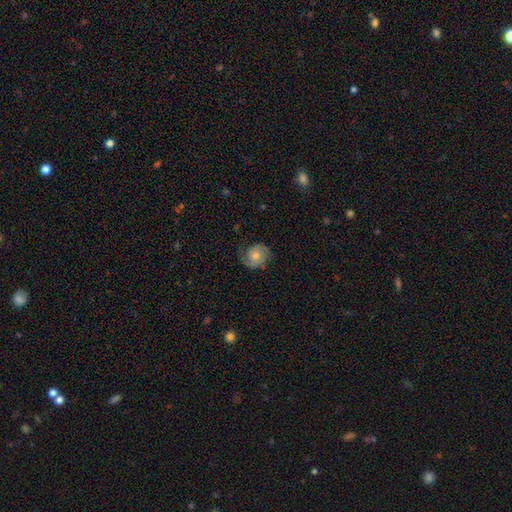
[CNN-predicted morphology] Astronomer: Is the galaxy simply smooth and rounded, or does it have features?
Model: featured or disk — 56% (runner-up: smooth, 36%).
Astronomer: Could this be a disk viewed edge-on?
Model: no — 97%.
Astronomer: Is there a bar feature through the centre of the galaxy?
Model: no — 76%.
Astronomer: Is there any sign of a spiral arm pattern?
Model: yes — 89%.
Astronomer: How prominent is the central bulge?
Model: moderate — 57%.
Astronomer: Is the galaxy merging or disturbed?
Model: none — 69%.